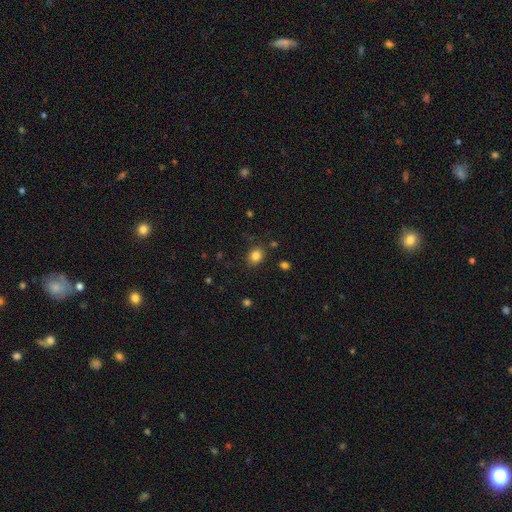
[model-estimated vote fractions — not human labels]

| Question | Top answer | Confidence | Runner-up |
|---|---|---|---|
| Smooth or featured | smooth | 83% | star or artifact (11%) |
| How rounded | round | 58% | in between (41%) |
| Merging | none | 84% | minor disturbance (11%) |